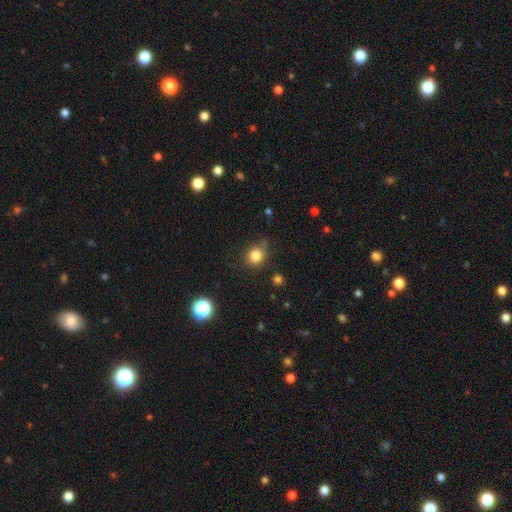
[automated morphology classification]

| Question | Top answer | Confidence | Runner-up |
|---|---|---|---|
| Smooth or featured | smooth | 83% | star or artifact (12%) |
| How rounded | round | 81% | in between (18%) |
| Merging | none | 79% | minor disturbance (13%) |